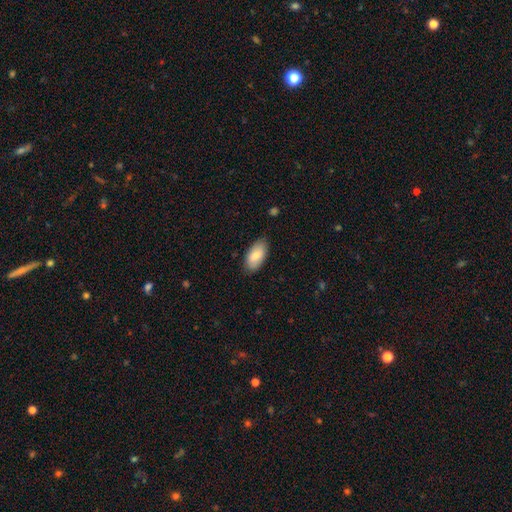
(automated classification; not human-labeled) This appears to be a smooth galaxy with no disk features (82%) that is in between round and cigar-shaped (94%). Merging: none (82%).